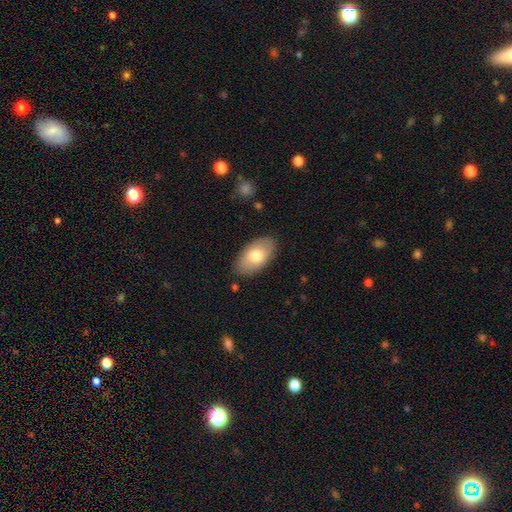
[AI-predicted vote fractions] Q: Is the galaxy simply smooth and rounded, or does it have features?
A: smooth — 74%.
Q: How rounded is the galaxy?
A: in between — 95%.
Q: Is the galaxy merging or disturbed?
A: none — 84%.